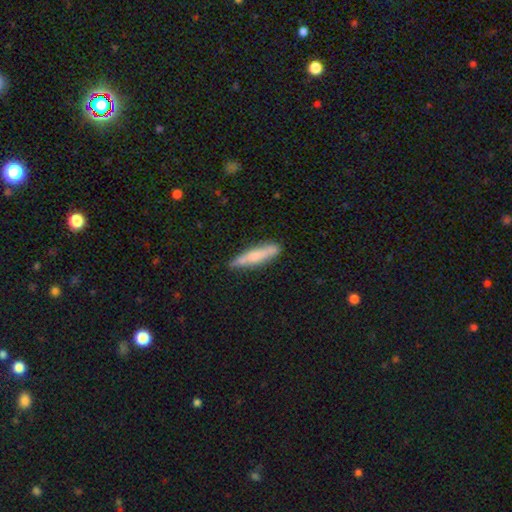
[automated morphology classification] smooth 64%, featured or disk 31%, star or artifact 6%. Down the decision tree: how rounded — cigar-shaped (87%); merging — none (81%).